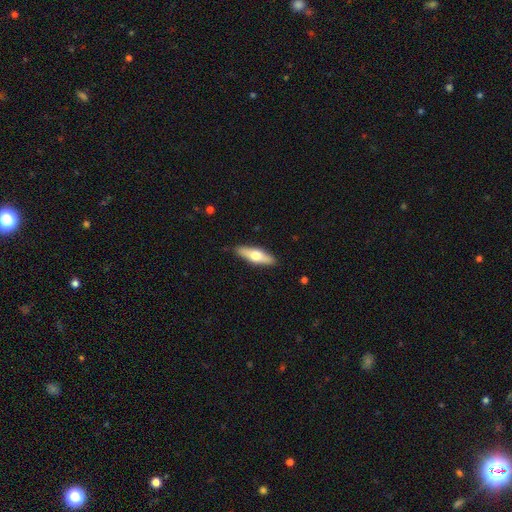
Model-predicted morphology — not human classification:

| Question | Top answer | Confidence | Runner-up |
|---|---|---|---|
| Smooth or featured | smooth | 50% | featured or disk (44%) |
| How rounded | cigar-shaped | 54% | in between (44%) |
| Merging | none | 89% | minor disturbance (8%) |